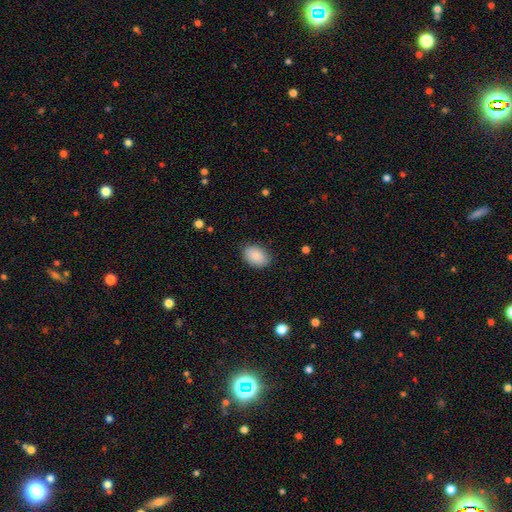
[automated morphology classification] type=smooth (86%); roundness=in between (85%); merging=none (84%).